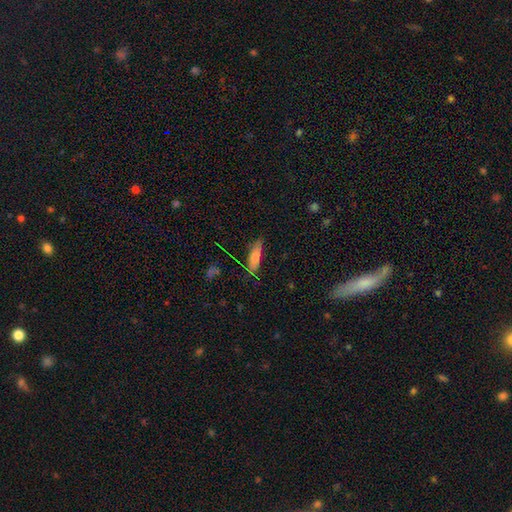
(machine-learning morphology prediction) Q: Smooth or featured?
A: smooth (66%); runner-up: featured or disk (24%)
Q: How rounded?
A: cigar-shaped (64%); runner-up: in between (33%)
Q: Merging?
A: none (76%); runner-up: minor disturbance (17%)